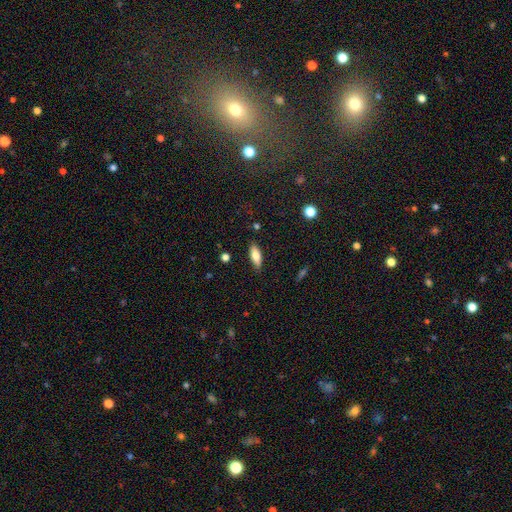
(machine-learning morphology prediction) Smooth or featured?
  - smooth: 75% *
  - featured or disk: 18%
  - star or artifact: 7%
How rounded?
  - in between: 73% *
  - cigar-shaped: 25%
  - round: 2%
Merging?
  - none: 85% *
  - minor disturbance: 11%
  - major disturbance: 2%
  - merger: 1%